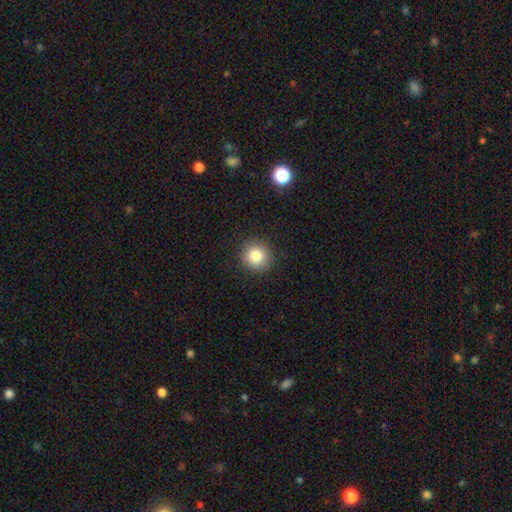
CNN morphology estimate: Smooth or featured? smooth (84%)
How rounded? round (92%)
Merging? none (90%)